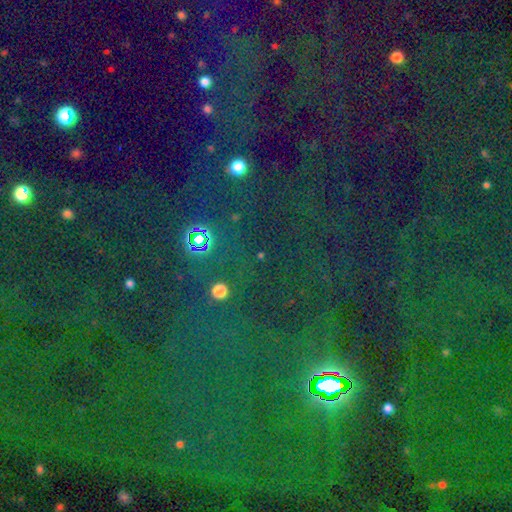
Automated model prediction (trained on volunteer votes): Smooth or featured: star or artifact — 83% (smooth — 10%)